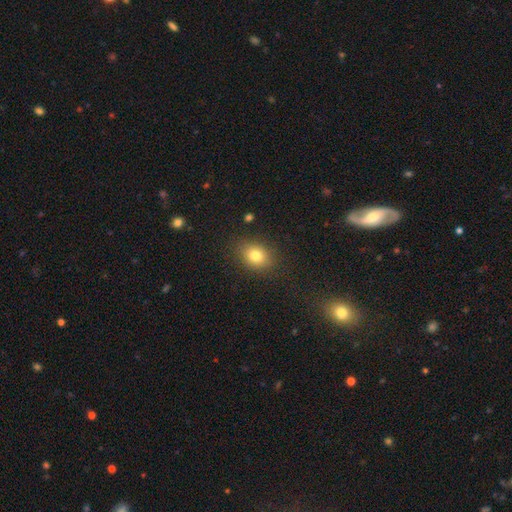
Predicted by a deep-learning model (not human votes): This is clearly a smooth galaxy (80%). How rounded: possibly in between (57%). Merging: clearly none (85%).